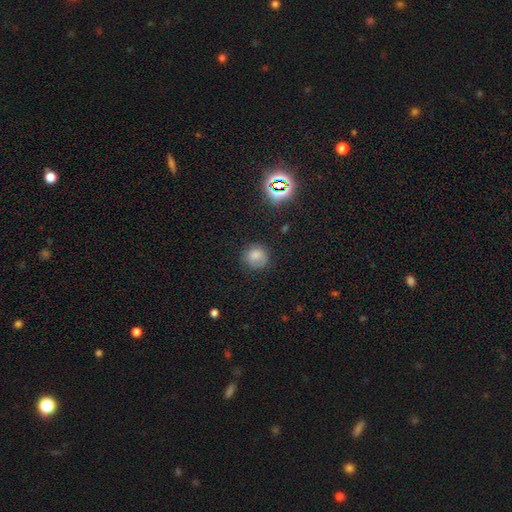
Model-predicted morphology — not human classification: smooth 77%, star or artifact 14%, featured or disk 9%. Down the decision tree: how rounded — round (85%); merging — none (73%).